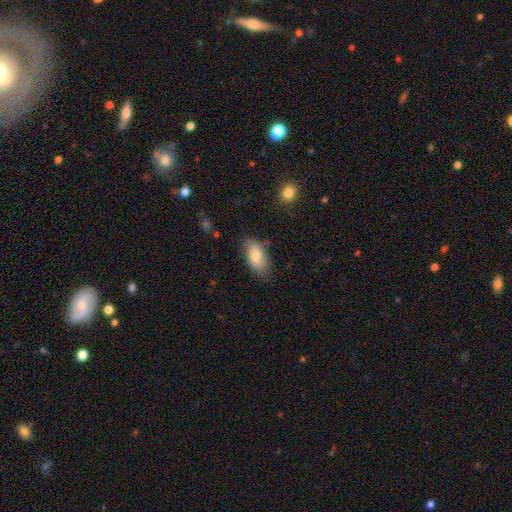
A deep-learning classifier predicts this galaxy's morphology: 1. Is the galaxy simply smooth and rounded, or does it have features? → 78% smooth, 15% featured or disk, 7% star or artifact.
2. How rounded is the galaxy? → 92% in between, 5% cigar-shaped, 3% round.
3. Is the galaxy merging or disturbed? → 70% none, 24% minor disturbance, 5% major disturbance, 2% merger.